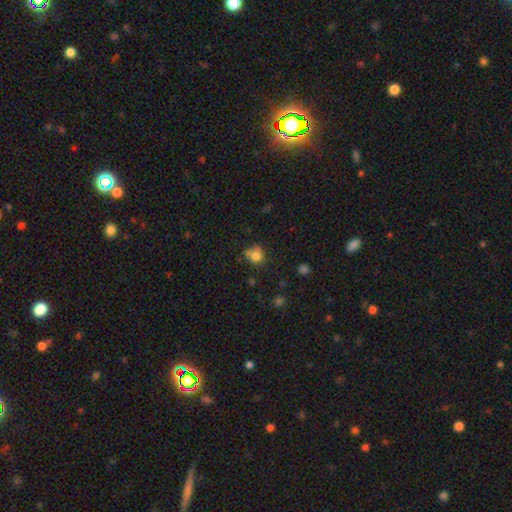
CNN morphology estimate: Smooth or featured: smooth — 76% (star or artifact — 13%)
How rounded: round — 77% (in between — 22%)
Merging: none — 52% (minor disturbance — 25%)